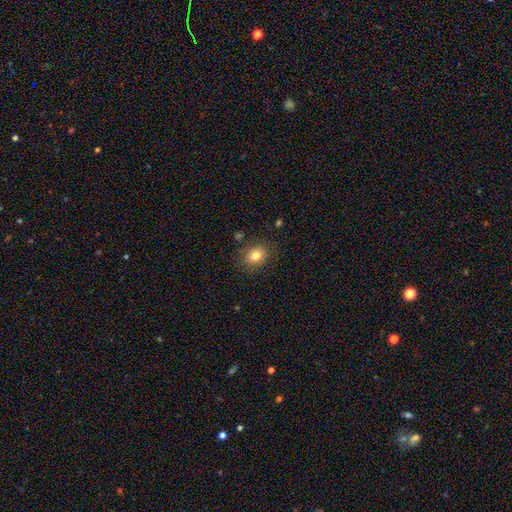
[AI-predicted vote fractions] A smooth galaxy with no disk features (81%) that is in between round and cigar-shaped (50%). Merging: none (85%).